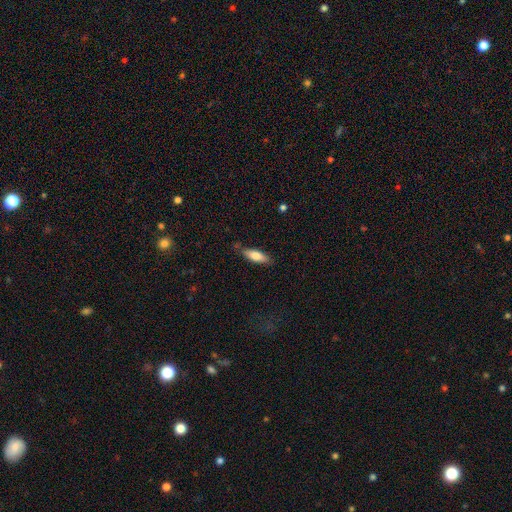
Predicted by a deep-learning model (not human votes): smooth 72%, featured or disk 22%, star or artifact 6%. Down the decision tree: how rounded — in between (57%); merging — none (79%).